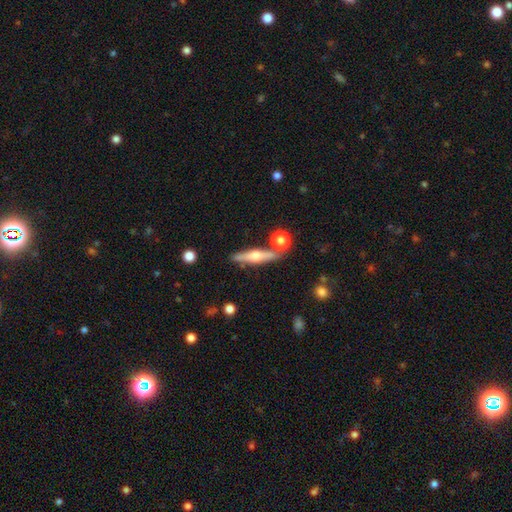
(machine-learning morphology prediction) featured or disk 62%, smooth 31%, star or artifact 7%. Down the decision tree: edge-on disk — yes (96%); edge-on bulge — rounded (89%); merging — none (79%).